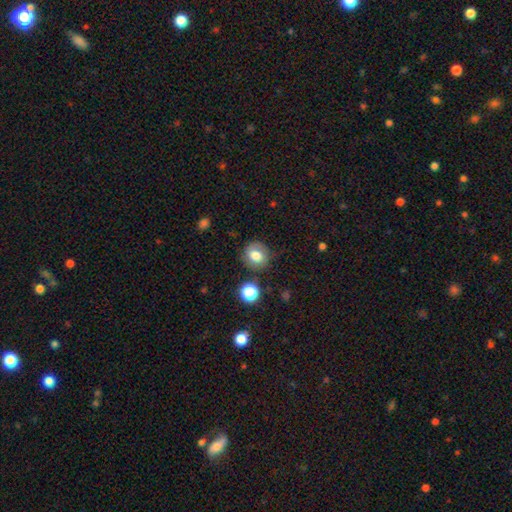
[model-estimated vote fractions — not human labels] A smooth galaxy with no disk features (72%) that is round (77%). Merging: none (78%).